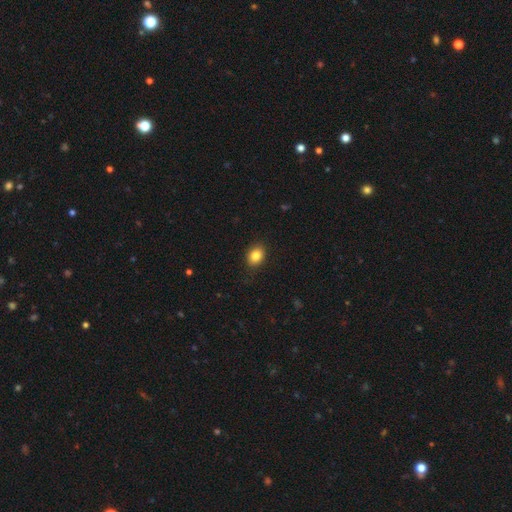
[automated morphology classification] type=smooth (84%); roundness=in between (59%); merging=none (86%).